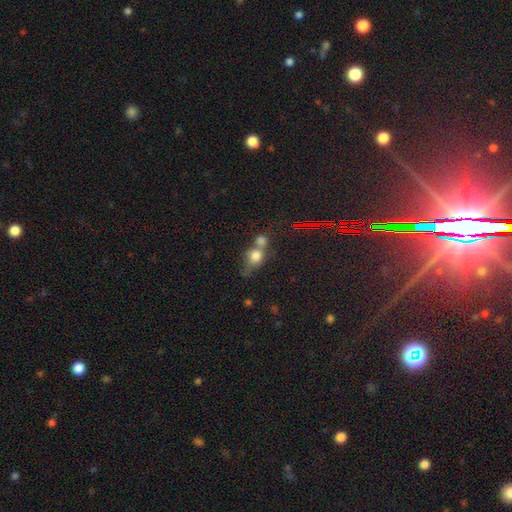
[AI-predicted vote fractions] This is likely a smooth galaxy (73%). How rounded: possibly round (59%). Merging: possibly merger (53%).